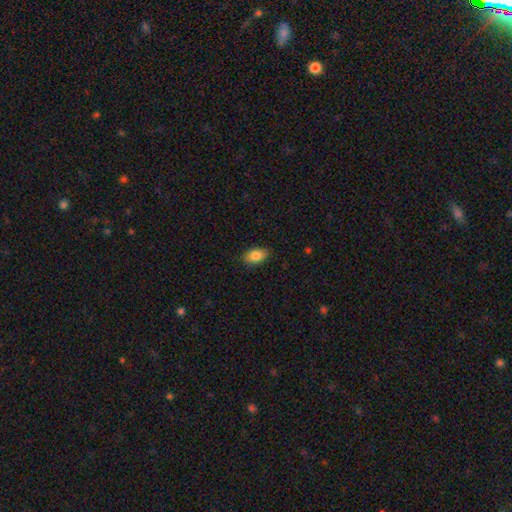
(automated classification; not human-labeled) A smooth galaxy with no disk features (84%) that is in between round and cigar-shaped (89%).

Vote fractions:
- Smooth or featured? smooth: 84% / featured or disk: 8% / star or artifact: 8%
- How rounded? in between: 89% / round: 9% / cigar-shaped: 2%
- Merging? none: 87% / minor disturbance: 10% / major disturbance: 2% / merger: 1%